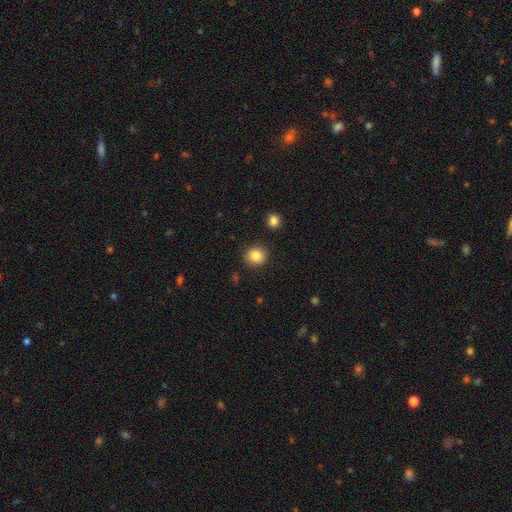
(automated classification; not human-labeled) Overall: smooth (85%). How rounded: round (84%). Merging: none (89%).